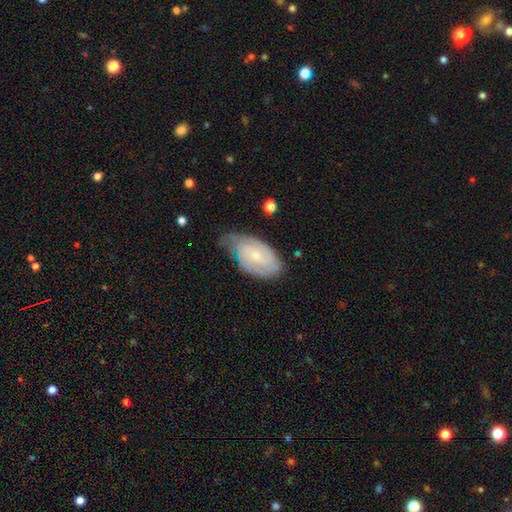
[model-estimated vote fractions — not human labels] Morphology: type=featured or disk (63%); edge-on=no (95%); bar=no (62%); spiral arms=yes (90%); winding=tight (60%); arm count=can't tell (42%); bulge=small (68%); merging=none (49%).